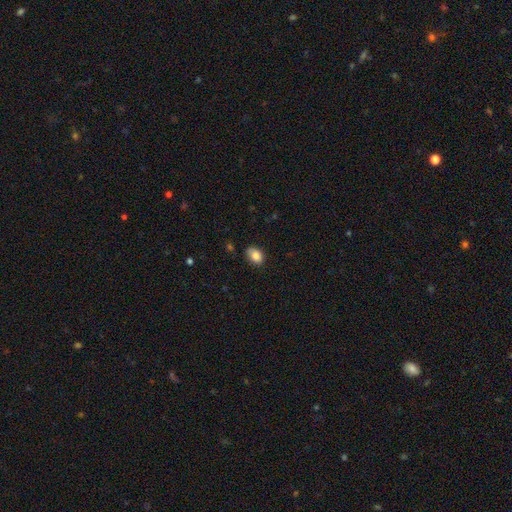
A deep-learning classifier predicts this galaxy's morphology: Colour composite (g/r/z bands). It shows a smooth galaxy with no disk features (85%) that is in between round and cigar-shaped (75%). Merging: none (74%).